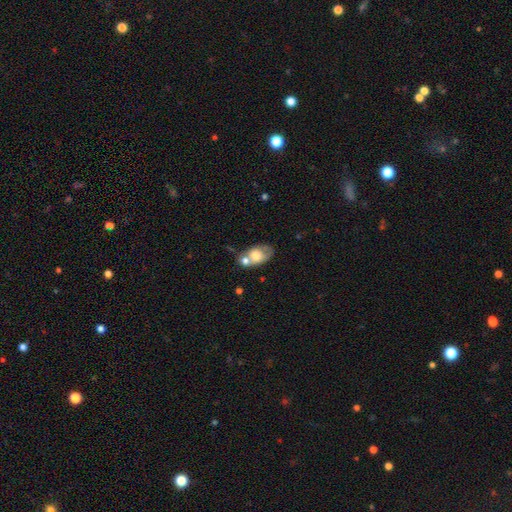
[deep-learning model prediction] The model was most divided on "merging": merger: 44%, none: 29%, minor disturbance: 17%, major disturbance: 10%. More confident: how rounded — in between (82%); smooth or featured — smooth (63%).